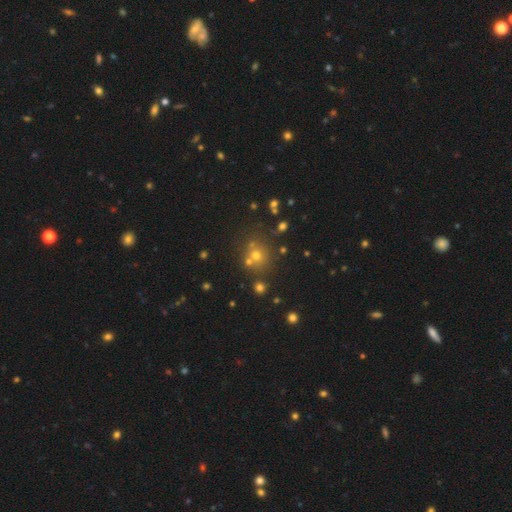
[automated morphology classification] This is possibly a smooth galaxy (57%). How rounded: clearly round (85%). Merging: likely none (65%).